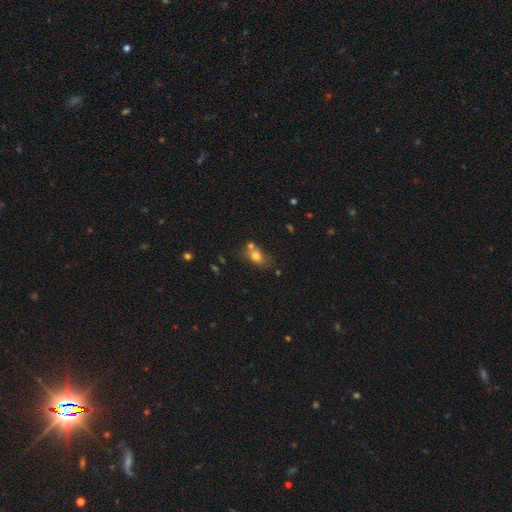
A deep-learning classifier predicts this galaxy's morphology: Q: Smooth or featured?
A: smooth (76%); runner-up: featured or disk (13%)
Q: How rounded?
A: in between (73%); runner-up: round (24%)
Q: Merging?
A: none (49%); runner-up: merger (28%)